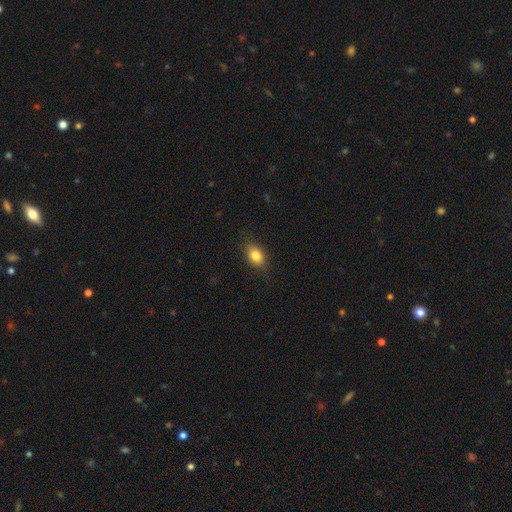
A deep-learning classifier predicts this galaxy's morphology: Smooth or featured? Predicted: smooth (p=0.83). How rounded? Predicted: in between (p=0.79). Merging? Predicted: none (p=0.83).